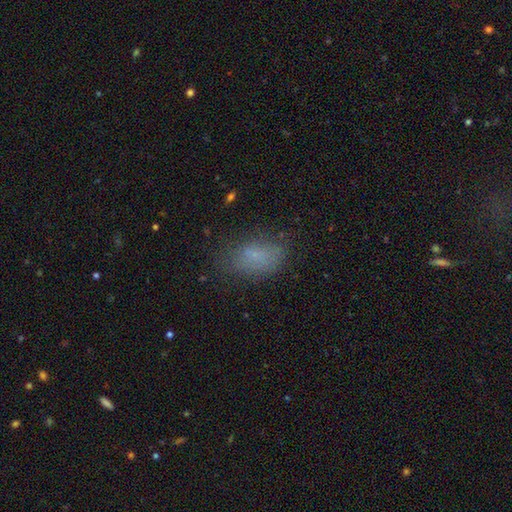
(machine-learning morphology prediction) This appears to be a smooth galaxy with no disk features (74%) that is in between round and cigar-shaped (88%). Merging: none (68%).